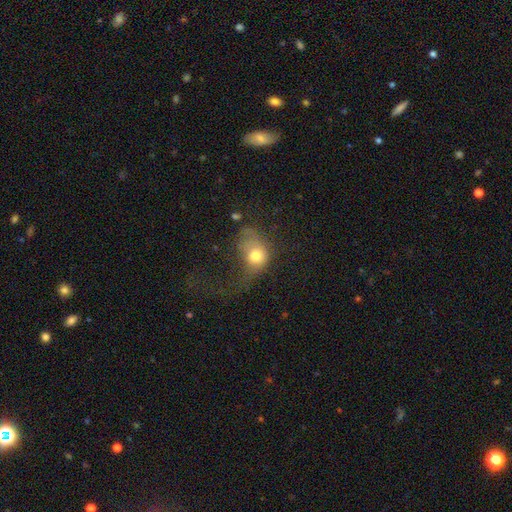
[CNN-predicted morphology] Smooth or featured?
  - smooth: 71% *
  - featured or disk: 18%
  - star or artifact: 11%
How rounded?
  - in between: 54% *
  - round: 44%
  - cigar-shaped: 2%
Merging?
  - major disturbance: 55% *
  - minor disturbance: 21%
  - none: 20%
  - merger: 4%